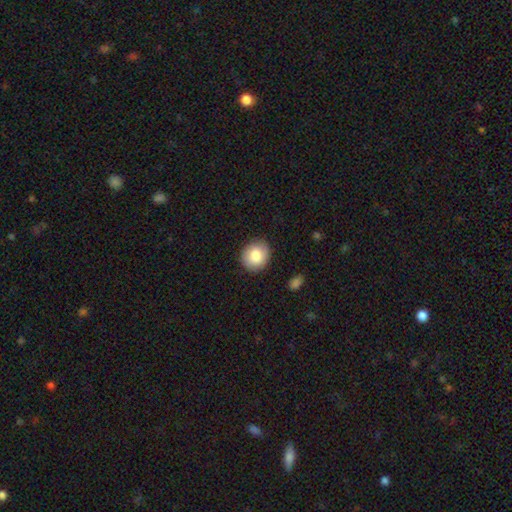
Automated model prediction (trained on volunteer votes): The model was most divided on "how rounded": round: 74%, in between: 26%, cigar-shaped: 1%. More confident: merging — none (88%); smooth or featured — smooth (83%).